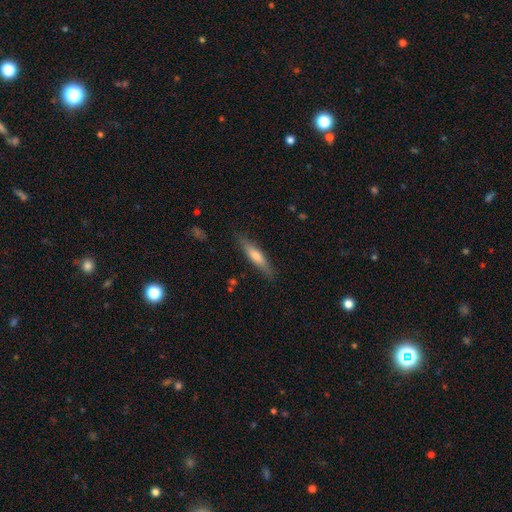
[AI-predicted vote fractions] Q: Smooth or featured?
A: smooth (61%); runner-up: featured or disk (33%)
Q: How rounded?
A: cigar-shaped (81%); runner-up: in between (17%)
Q: Merging?
A: none (86%); runner-up: minor disturbance (11%)